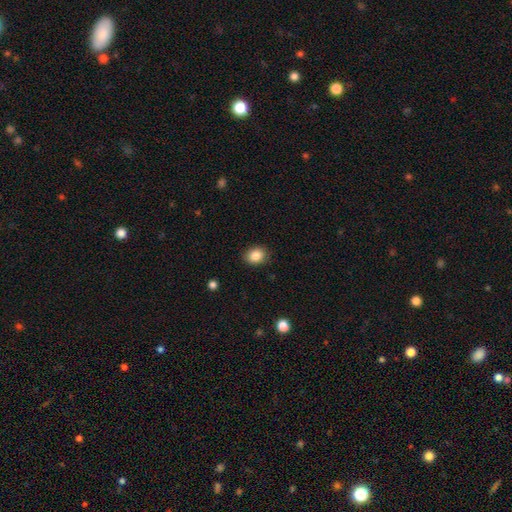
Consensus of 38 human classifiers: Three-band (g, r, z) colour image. It shows a smooth galaxy with no disk features (89%) that is round (53%). Merging: none (83%).